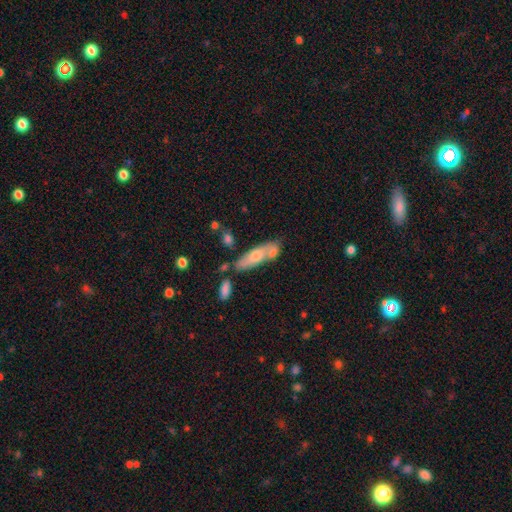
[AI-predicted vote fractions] Smooth or featured?
  - smooth: 57% *
  - featured or disk: 37%
  - star or artifact: 7%
How rounded?
  - cigar-shaped: 53% *
  - in between: 45%
  - round: 3%
Merging?
  - none: 51% *
  - merger: 25%
  - minor disturbance: 18%
  - major disturbance: 6%